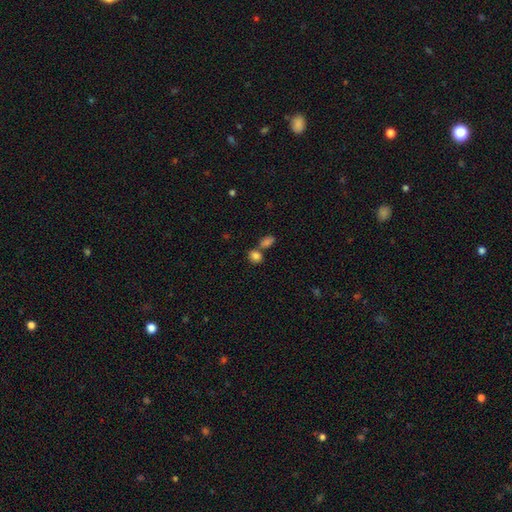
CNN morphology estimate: This is clearly a smooth galaxy (83%). How rounded: possibly round (56%). Merging: possibly none (52%).